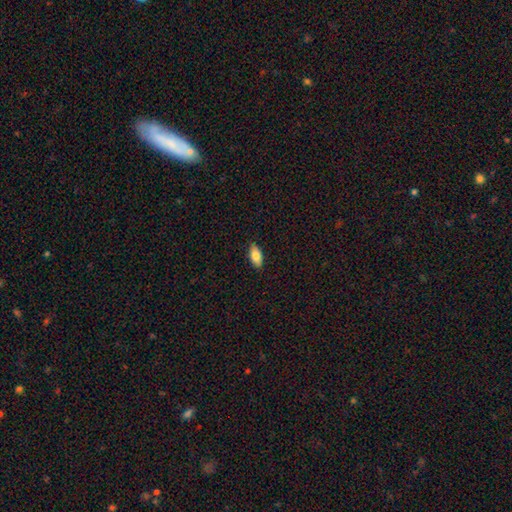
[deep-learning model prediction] Smooth or featured? Predicted: smooth (p=0.81). How rounded? Predicted: in between (p=0.88). Merging? Predicted: none (p=0.88).